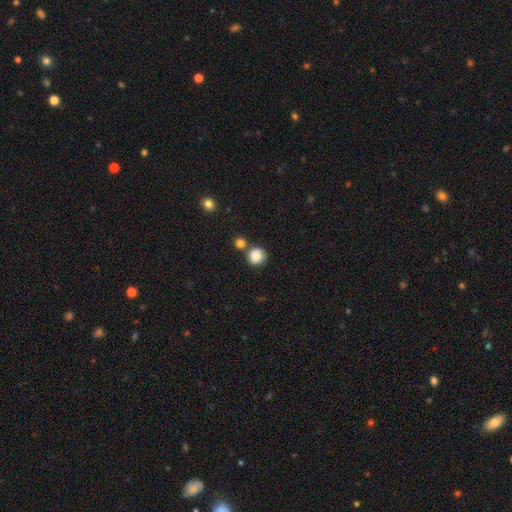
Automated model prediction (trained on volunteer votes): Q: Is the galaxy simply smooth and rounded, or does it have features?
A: smooth — 86%.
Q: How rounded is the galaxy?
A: round — 92%.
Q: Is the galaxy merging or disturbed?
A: none — 70%.